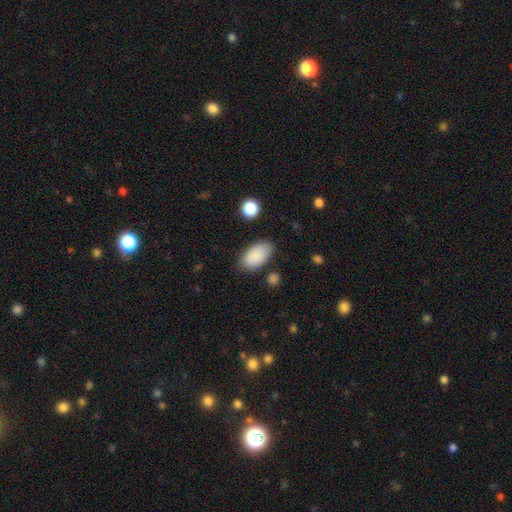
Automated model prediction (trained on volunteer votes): A smooth galaxy with no disk features (89%) that is in between round and cigar-shaped (95%).

Vote fractions:
- Smooth or featured? smooth: 89% / star or artifact: 7% / featured or disk: 5%
- How rounded? in between: 95% / round: 3% / cigar-shaped: 2%
- Merging? none: 80% / minor disturbance: 14% / major disturbance: 4% / merger: 3%